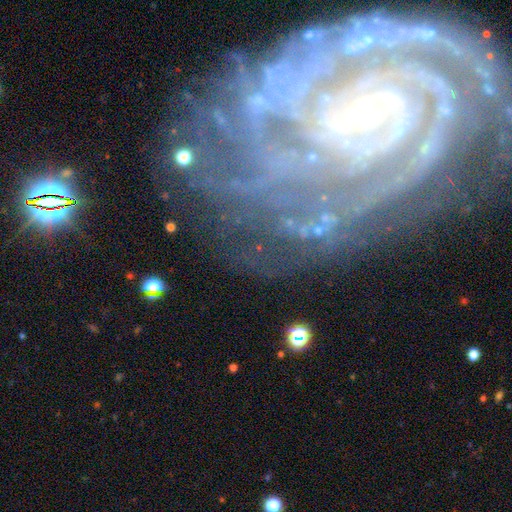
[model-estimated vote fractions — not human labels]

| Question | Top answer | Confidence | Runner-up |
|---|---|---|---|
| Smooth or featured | featured or disk | 86% | star or artifact (9%) |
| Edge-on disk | no | 96% | yes (4%) |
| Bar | no | 45% | weak (33%) |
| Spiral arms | yes | 95% | no (5%) |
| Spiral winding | tight | 77% | medium (19%) |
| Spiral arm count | can't tell | 28% | 2 (17%) |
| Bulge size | small | 68% | moderate (24%) |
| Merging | none | 68% | minor disturbance (18%) |